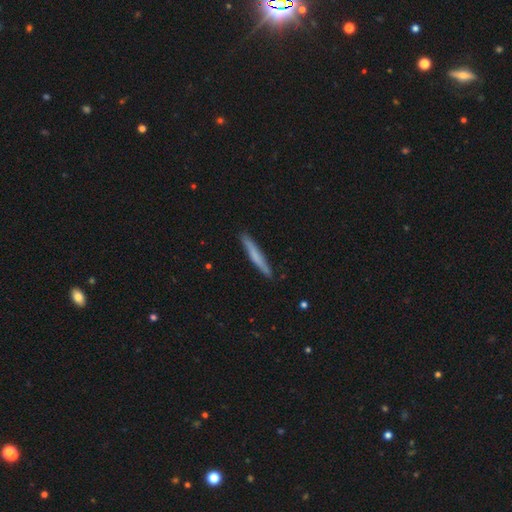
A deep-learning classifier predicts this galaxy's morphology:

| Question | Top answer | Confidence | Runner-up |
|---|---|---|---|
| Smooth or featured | smooth | 63% | featured or disk (31%) |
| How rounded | cigar-shaped | 96% | in between (3%) |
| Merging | none | 90% | minor disturbance (8%) |